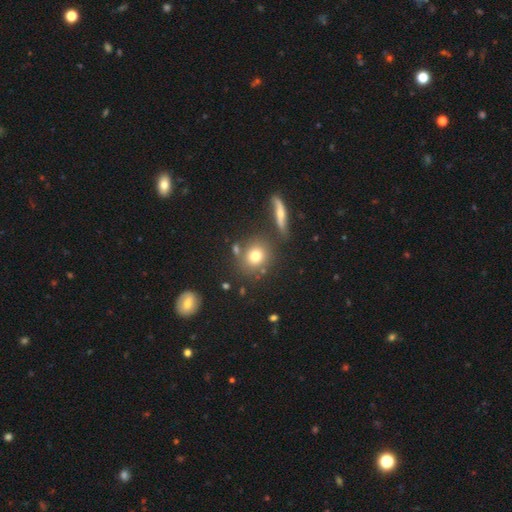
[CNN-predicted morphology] A smooth galaxy with no disk features (74%) that is round (78%). Merging: none (73%).